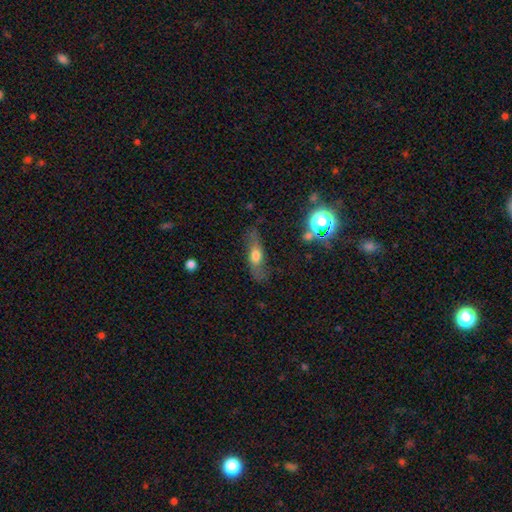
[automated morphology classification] Smooth or featured? smooth (53%)
How rounded? cigar-shaped (49%)
Merging? none (69%)